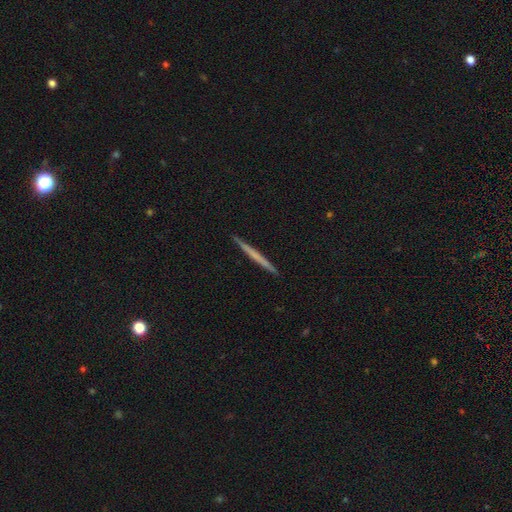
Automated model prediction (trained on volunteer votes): Smooth or featured? featured or disk (47%, tied with smooth)
Merging? none (93%)